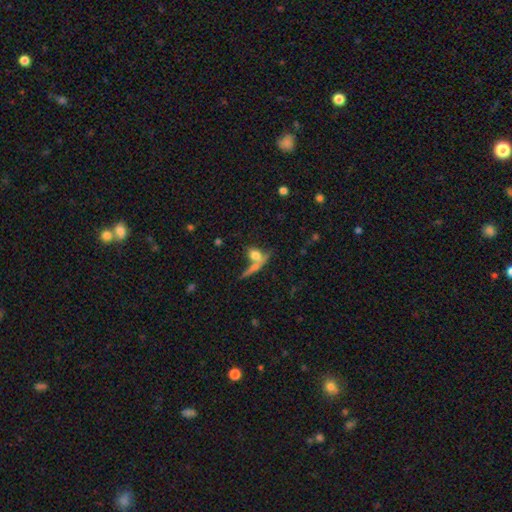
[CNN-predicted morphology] Smooth or featured? Predicted: smooth (p=0.69). How rounded? Predicted: in between (p=0.48). Merging? Predicted: none (p=0.45).